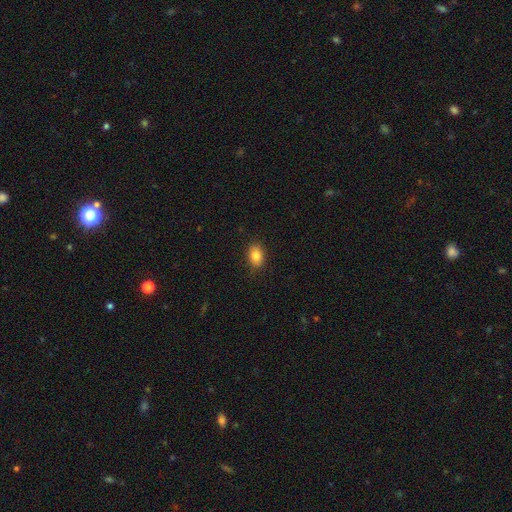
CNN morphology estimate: Smooth or featured? Predicted: smooth (p=0.82). How rounded? Predicted: in between (p=0.68). Merging? Predicted: none (p=0.84).